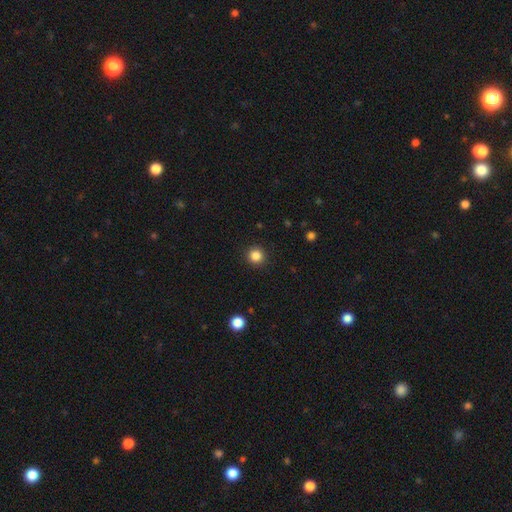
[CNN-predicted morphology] smooth 85%, star or artifact 11%, featured or disk 3%. Down the decision tree: how rounded — round (95%); merging — none (92%).